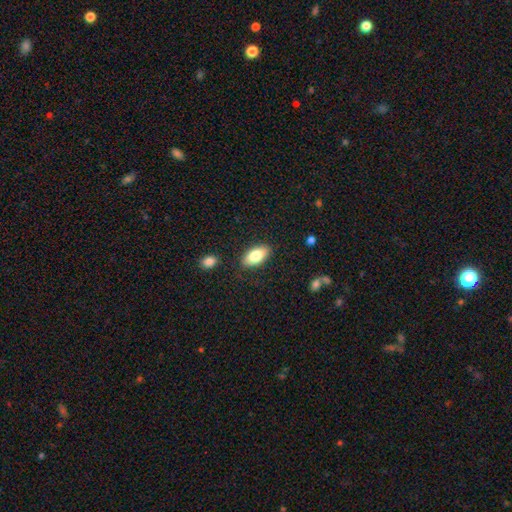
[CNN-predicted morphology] Smooth or featured?
  - smooth: 80% *
  - featured or disk: 14%
  - star or artifact: 6%
How rounded?
  - in between: 91% *
  - cigar-shaped: 6%
  - round: 3%
Merging?
  - none: 86% *
  - minor disturbance: 10%
  - major disturbance: 2%
  - merger: 2%